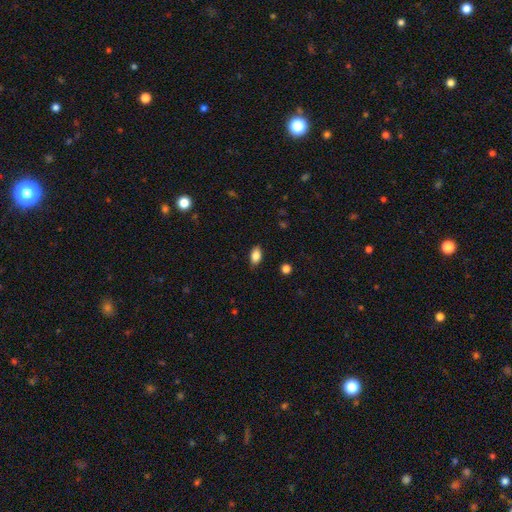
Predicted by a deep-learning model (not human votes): Morphology: type=smooth (85%); roundness=in between (90%); merging=none (86%).